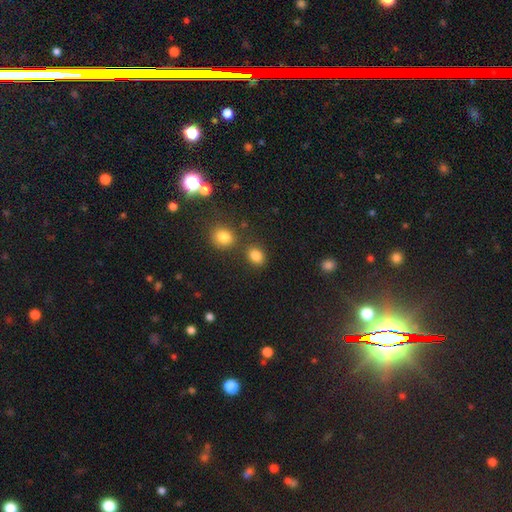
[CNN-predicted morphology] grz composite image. It shows a smooth galaxy with no disk features (83%) that is in between round and cigar-shaped (54%). Merging: none (75%).